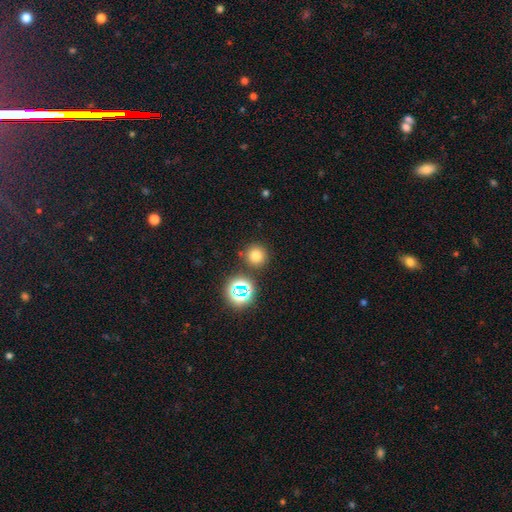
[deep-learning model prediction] This appears to be a smooth galaxy with no disk features (72%) that is round (94%). Merging: none (83%).